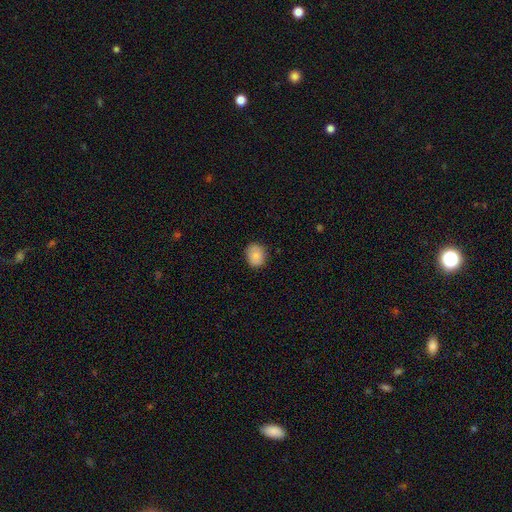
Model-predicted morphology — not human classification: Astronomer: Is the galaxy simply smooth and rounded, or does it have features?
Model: smooth — 83%.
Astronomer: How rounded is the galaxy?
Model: round — 58% (runner-up: in between, 41%).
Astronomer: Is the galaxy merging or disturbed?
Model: none — 86%.